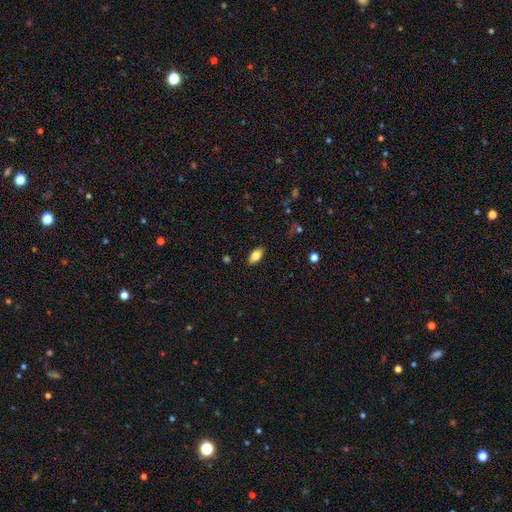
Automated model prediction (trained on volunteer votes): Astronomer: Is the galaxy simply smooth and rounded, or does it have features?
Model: smooth — 78%.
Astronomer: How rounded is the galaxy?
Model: in between — 88%.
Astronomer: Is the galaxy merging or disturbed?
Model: none — 87%.